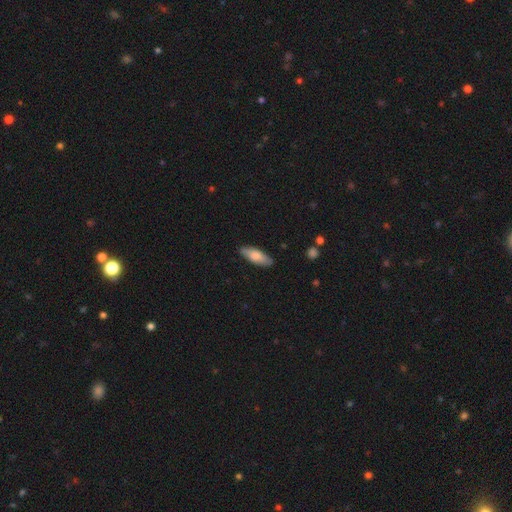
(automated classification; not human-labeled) smooth-or-featured: smooth: 76% | featured or disk: 18% | star or artifact: 6%
  how-rounded: in between: 65% | cigar-shaped: 34% | round: 2%
  merging: none: 85% | minor disturbance: 12% | major disturbance: 2% | merger: 1%